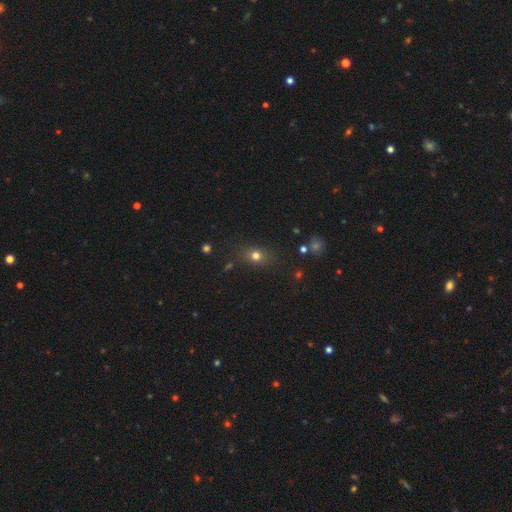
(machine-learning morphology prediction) smooth 73%, star or artifact 17%, featured or disk 10%. Down the decision tree: how rounded — in between (52%); merging — none (80%).